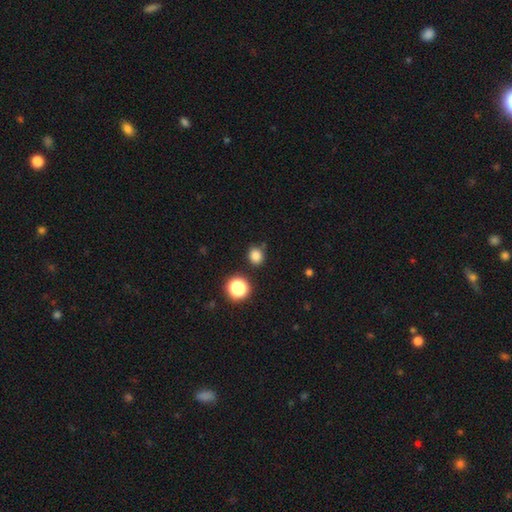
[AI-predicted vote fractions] A smooth galaxy with no disk features (82%) that is round (69%). Merging: none (81%).